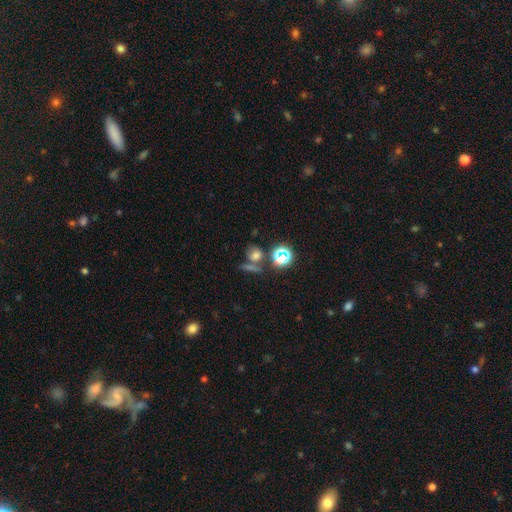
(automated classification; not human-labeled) Smooth or featured: smooth — 63% (star or artifact — 25%)
How rounded: round — 69% (in between — 25%)
Merging: none — 57% (merger — 27%)